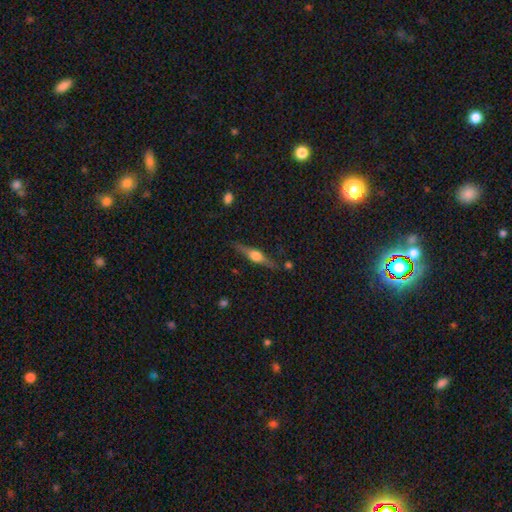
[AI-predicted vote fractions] Smooth or featured? featured or disk (71%)
Edge-on disk? yes (96%)
Edge-on bulge? rounded (91%)
Merging? none (83%)